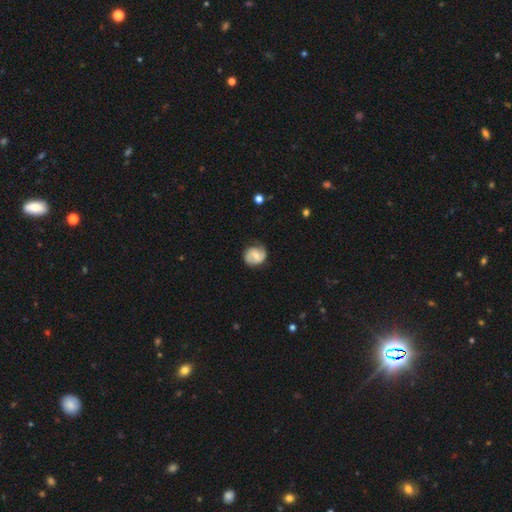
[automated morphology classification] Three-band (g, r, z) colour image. It shows a featured or disk galaxy (61%) with a weak bar (45%), 2 (78%) medium (43%) spiral arms (89%) and a moderate central bulge (48%). Merging: none (71%).